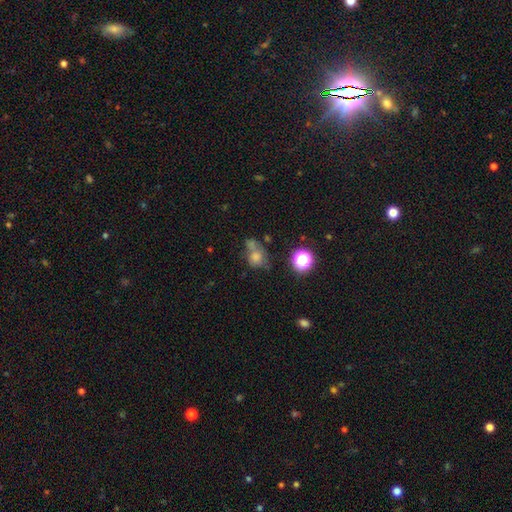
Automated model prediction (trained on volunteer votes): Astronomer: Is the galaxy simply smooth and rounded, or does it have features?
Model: smooth — 67%.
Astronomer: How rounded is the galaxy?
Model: round — 58% (runner-up: in between, 41%).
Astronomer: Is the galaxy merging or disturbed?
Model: none — 36% (runner-up: merger, 28%).